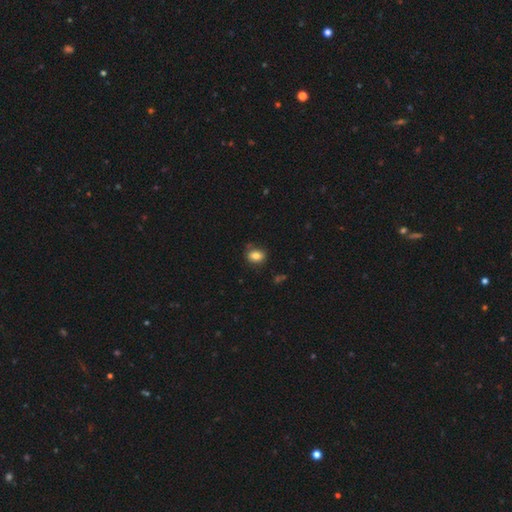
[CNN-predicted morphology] type=smooth (82%); roundness=in between (63%); merging=none (76%).